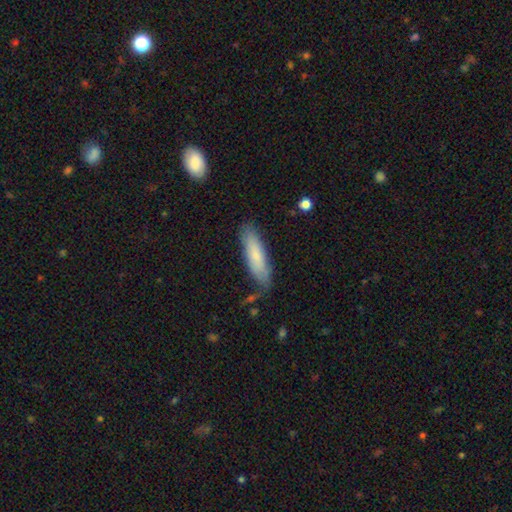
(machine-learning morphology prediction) Smooth or featured?
  - smooth: 75% *
  - featured or disk: 19%
  - star or artifact: 6%
How rounded?
  - cigar-shaped: 65% *
  - in between: 34%
  - round: 1%
Merging?
  - none: 74% *
  - minor disturbance: 20%
  - major disturbance: 4%
  - merger: 2%